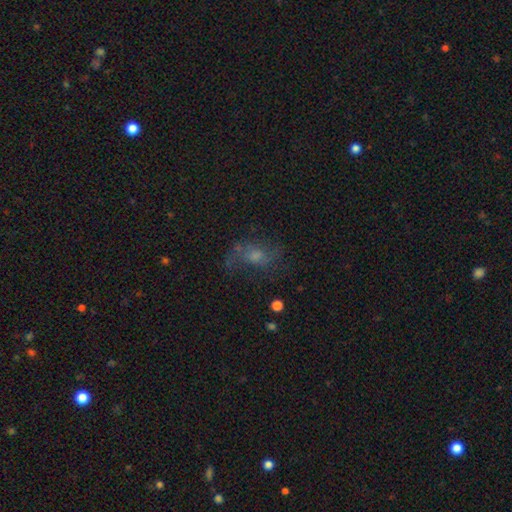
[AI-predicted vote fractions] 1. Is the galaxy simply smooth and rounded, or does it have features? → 50% featured or disk, 34% smooth, 16% star or artifact.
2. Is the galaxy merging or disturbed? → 49% none, 28% major disturbance, 20% minor disturbance, 3% merger.